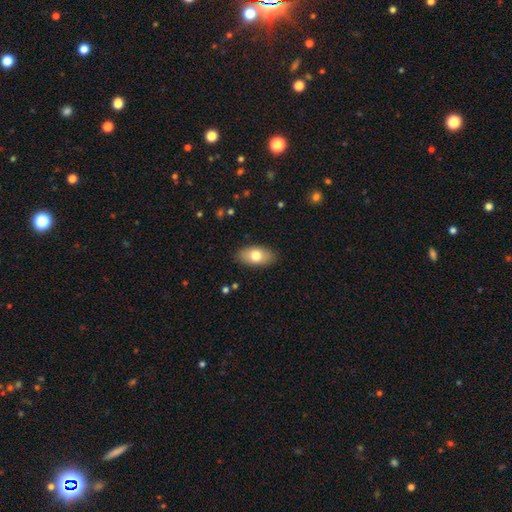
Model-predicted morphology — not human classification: smooth 75%, featured or disk 19%, star or artifact 6%. Down the decision tree: how rounded — in between (92%); merging — none (87%).